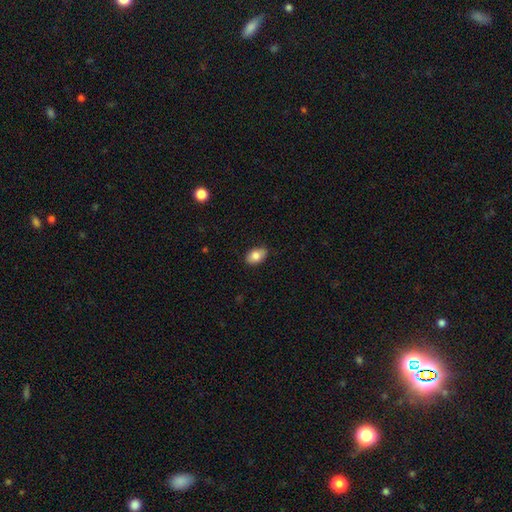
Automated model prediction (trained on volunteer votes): Overall: smooth (82%). How rounded: in between (88%). Merging: none (83%).